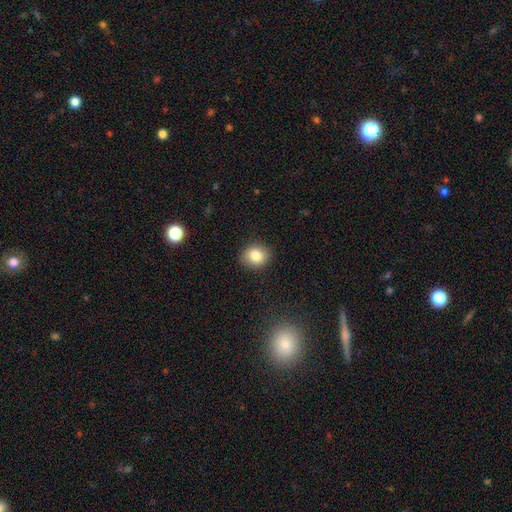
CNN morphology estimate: This is clearly a smooth galaxy (82%). How rounded: likely round (67%). Merging: clearly none (87%).